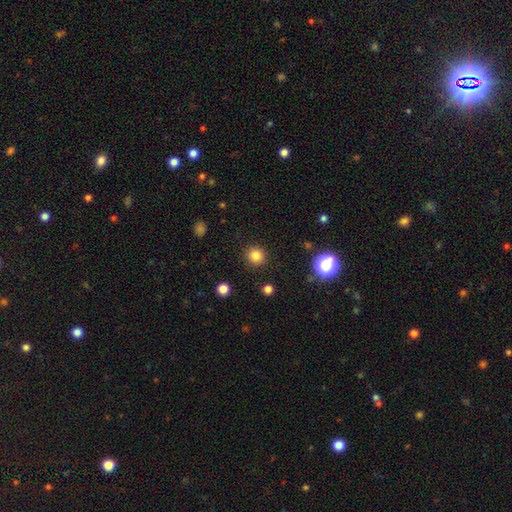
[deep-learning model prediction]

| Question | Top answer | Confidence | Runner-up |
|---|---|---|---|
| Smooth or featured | smooth | 82% | star or artifact (13%) |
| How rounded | round | 92% | in between (7%) |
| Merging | none | 91% | minor disturbance (6%) |